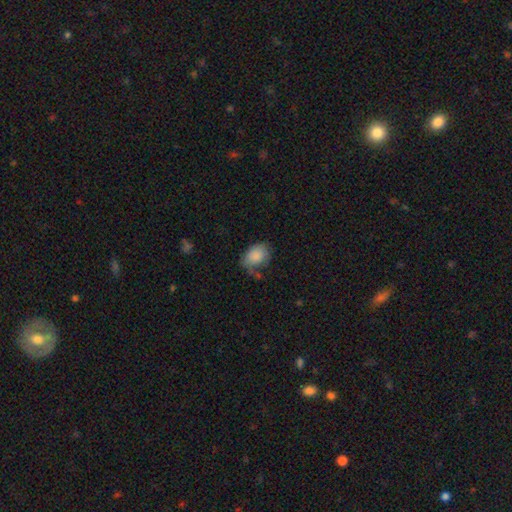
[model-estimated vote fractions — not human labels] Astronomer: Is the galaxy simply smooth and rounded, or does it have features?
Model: smooth — 84%.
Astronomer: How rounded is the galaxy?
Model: in between — 74%.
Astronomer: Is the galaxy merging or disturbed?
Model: none — 49% (runner-up: minor disturbance, 31%).